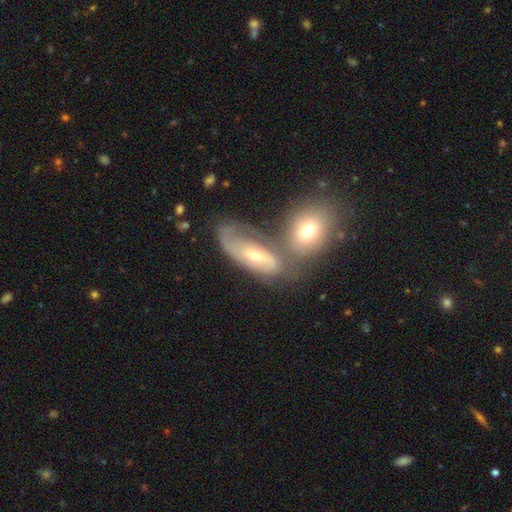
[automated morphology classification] This is likely a featured or disk galaxy (62%). It is clearly not viewed edge-on (89%). Bar: likely no (61%). Spiral arm pattern: likely yes (75%). Central bulge: possibly small (55%). Merging: marginally merger (38%).